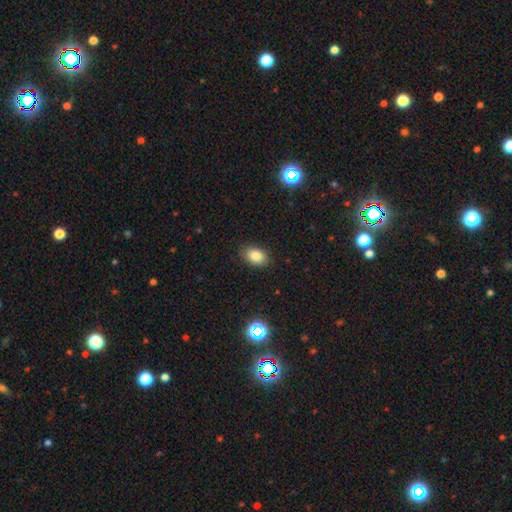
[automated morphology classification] smooth 83%, star or artifact 10%, featured or disk 7%. Down the decision tree: how rounded — in between (83%); merging — none (86%).